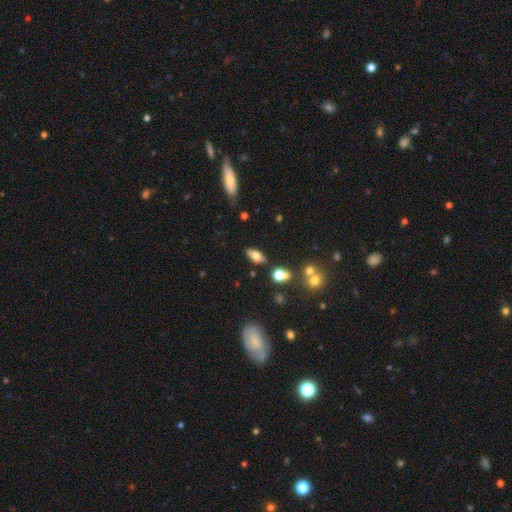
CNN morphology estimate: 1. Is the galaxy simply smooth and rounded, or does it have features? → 67% smooth, 23% featured or disk, 10% star or artifact.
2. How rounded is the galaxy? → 82% in between, 12% cigar-shaped, 6% round.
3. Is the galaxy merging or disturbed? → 81% none, 11% minor disturbance, 5% merger, 3% major disturbance.